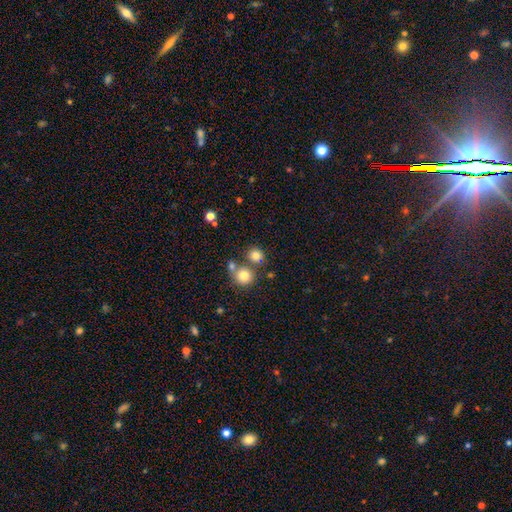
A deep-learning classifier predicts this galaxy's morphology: smooth 78%, star or artifact 14%, featured or disk 8%. Down the decision tree: how rounded — round (88%); merging — none (66%).